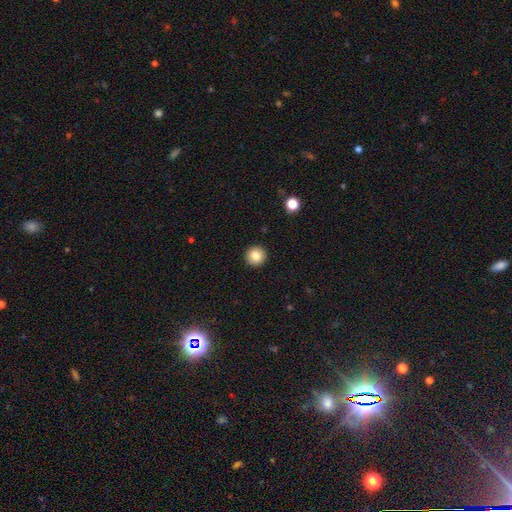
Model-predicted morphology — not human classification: smooth-or-featured: smooth: 83% | star or artifact: 10% | featured or disk: 7%
  how-rounded: round: 95% | in between: 4% | cigar-shaped: 1%
  merging: none: 93% | minor disturbance: 4% | major disturbance: 1% | merger: 1%